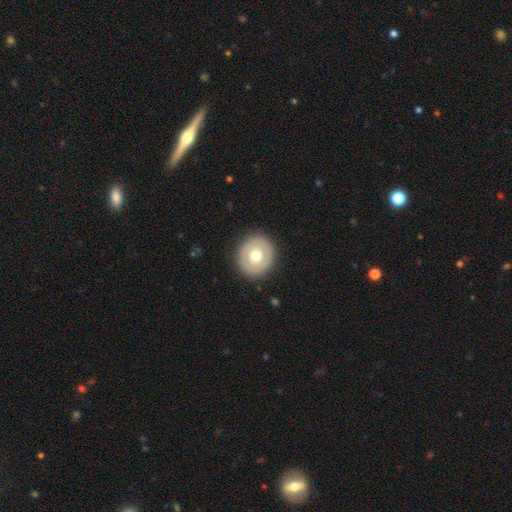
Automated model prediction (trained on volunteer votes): This appears to be a smooth galaxy with no disk features (56%) that is round (80%). Merging: none (88%).